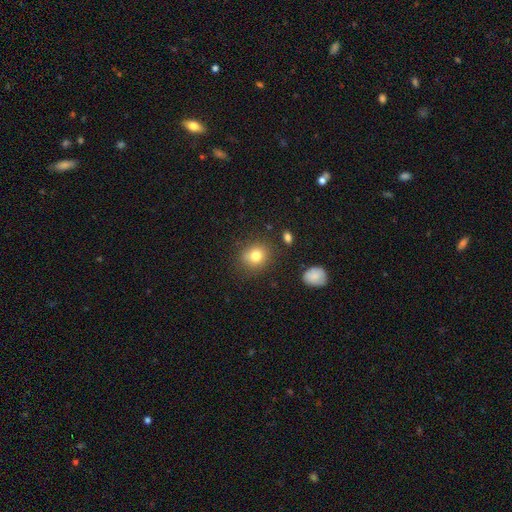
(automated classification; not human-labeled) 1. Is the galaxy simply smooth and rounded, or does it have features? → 80% smooth, 11% star or artifact, 9% featured or disk.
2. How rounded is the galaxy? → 76% round, 23% in between, 1% cigar-shaped.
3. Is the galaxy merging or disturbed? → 83% none, 11% minor disturbance, 3% major disturbance, 2% merger.